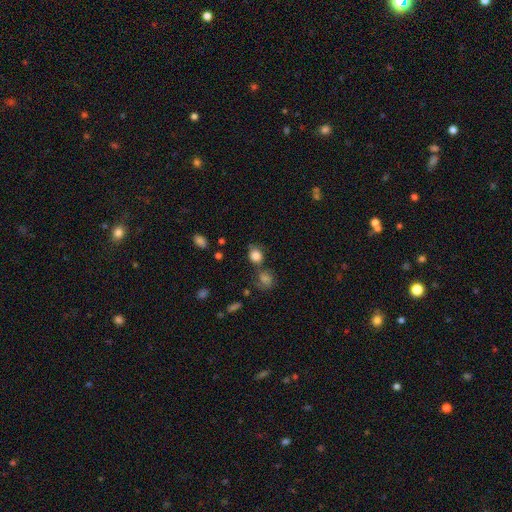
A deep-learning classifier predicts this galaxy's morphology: smooth-or-featured: smooth: 82% | star or artifact: 11% | featured or disk: 8%
  how-rounded: round: 62% | in between: 37% | cigar-shaped: 1%
  merging: none: 54% | merger: 20% | minor disturbance: 18% | major disturbance: 8%